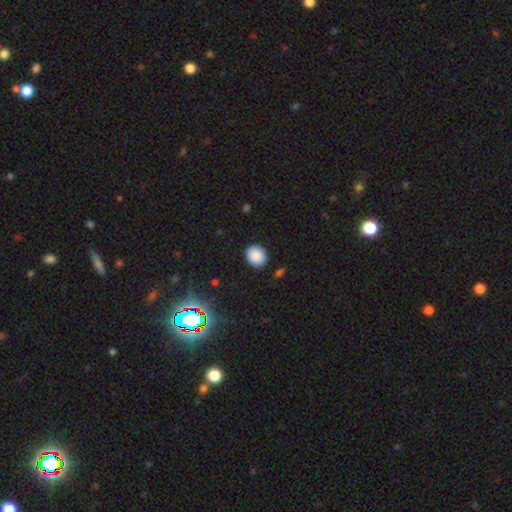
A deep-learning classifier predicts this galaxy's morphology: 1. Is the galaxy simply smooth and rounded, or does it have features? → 87% smooth, 9% star or artifact, 4% featured or disk.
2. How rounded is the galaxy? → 68% round, 31% in between, 1% cigar-shaped.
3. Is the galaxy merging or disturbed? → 88% none, 8% minor disturbance, 2% major disturbance, 1% merger.